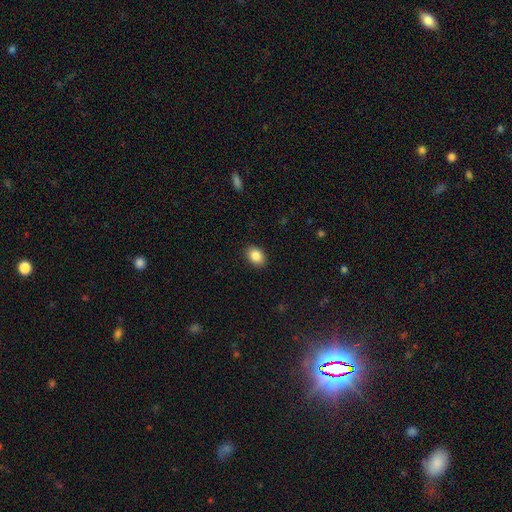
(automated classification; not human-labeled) Smooth or featured? Predicted: smooth (p=0.87). How rounded? Predicted: in between (p=0.74). Merging? Predicted: none (p=0.90).